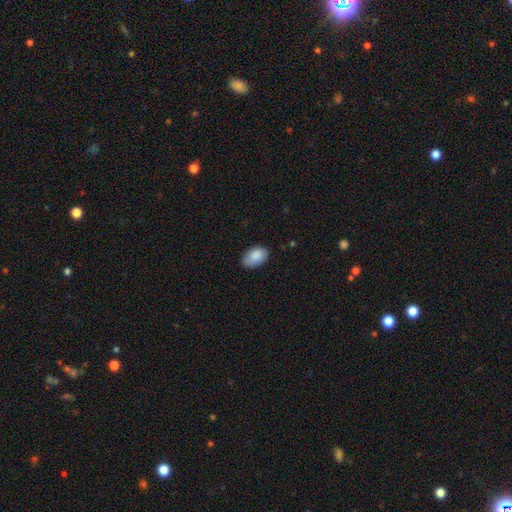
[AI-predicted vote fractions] smooth_or_featured: smooth (p=0.87) [alt: star or artifact p=0.06]
how_rounded: in between (p=0.91) [alt: round p=0.08]
merging: none (p=0.75) [alt: minor disturbance p=0.20]